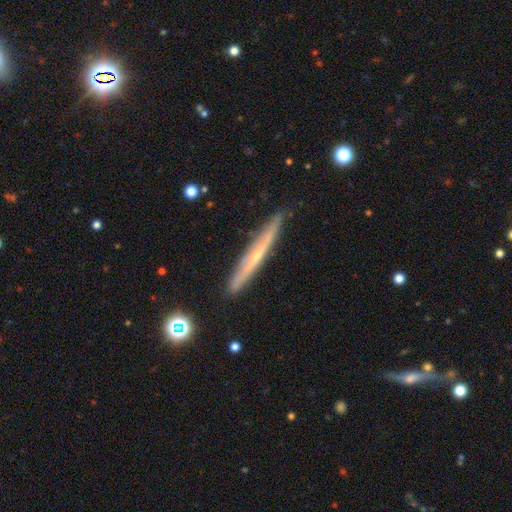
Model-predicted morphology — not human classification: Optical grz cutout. It shows a featured or disk galaxy (64%) viewed edge-on (94%) with a rounded central bulge (55%). Merging: none (86%).